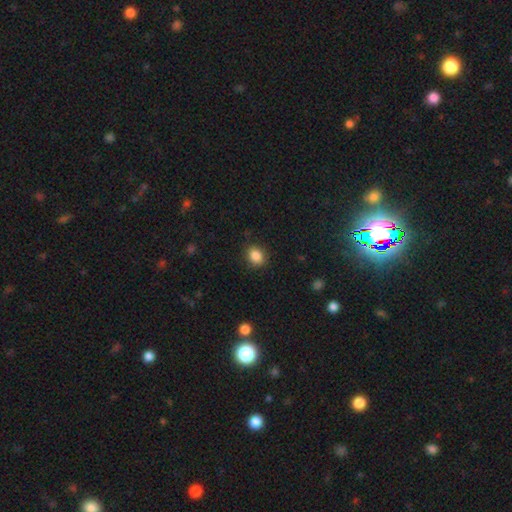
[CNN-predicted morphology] smooth_or_featured: smooth (p=0.86) [alt: star or artifact p=0.10]
how_rounded: round (p=0.53) [alt: in between p=0.46]
merging: none (p=0.88) [alt: minor disturbance p=0.09]